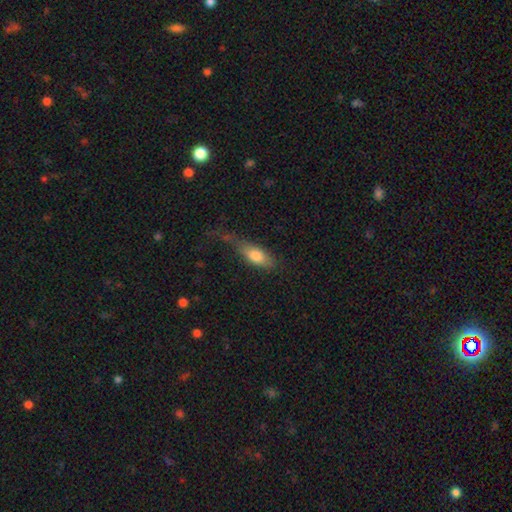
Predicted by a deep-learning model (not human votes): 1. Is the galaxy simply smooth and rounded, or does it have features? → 77% smooth, 17% featured or disk, 7% star or artifact.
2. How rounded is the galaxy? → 74% in between, 22% cigar-shaped, 4% round.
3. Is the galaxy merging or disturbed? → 42% none, 29% minor disturbance, 25% major disturbance, 4% merger.